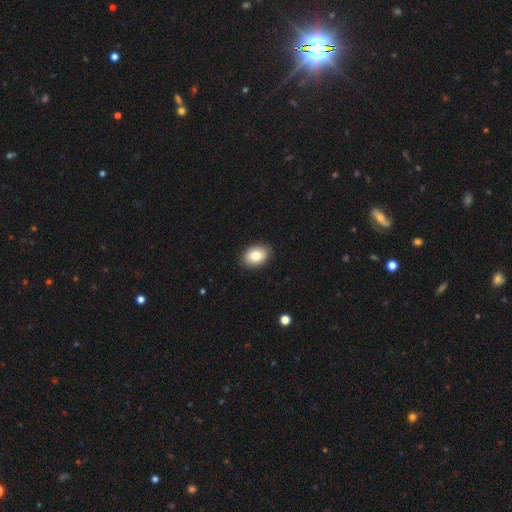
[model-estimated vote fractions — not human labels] Morphology: type=smooth (81%); roundness=in between (79%); merging=none (90%).